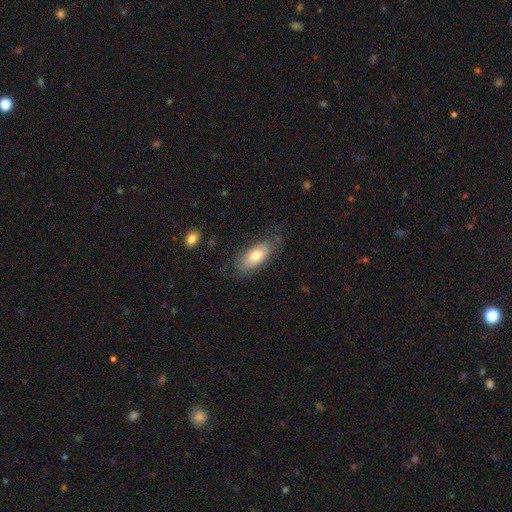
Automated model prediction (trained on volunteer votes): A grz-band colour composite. It shows a smooth galaxy with no disk features (62%) that is in between round and cigar-shaped (85%). Merging: none (69%).